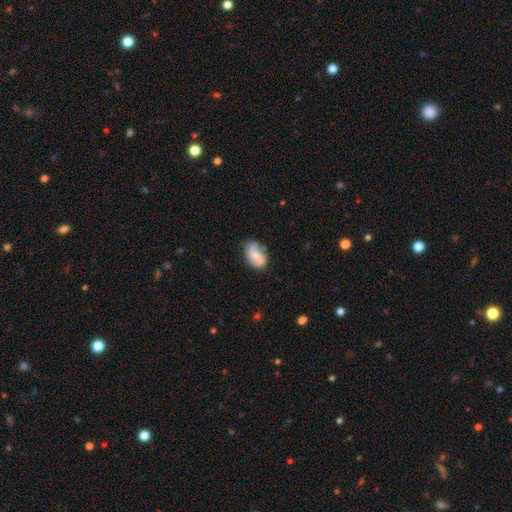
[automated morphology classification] This appears to be a smooth galaxy with no disk features (62%) that is in between round and cigar-shaped (87%). Merging: none (60%).